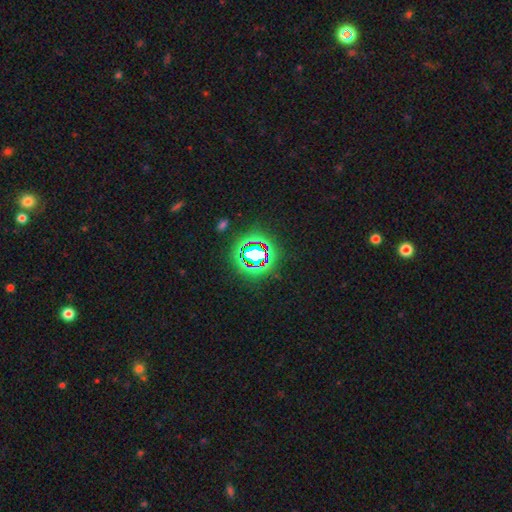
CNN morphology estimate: A star or artifact, not a galaxy (80%).